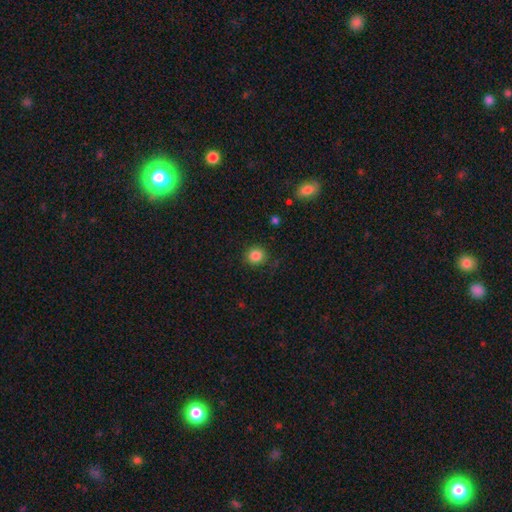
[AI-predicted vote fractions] This is clearly a smooth galaxy (85%). How rounded: clearly round (90%). Merging: clearly none (86%).